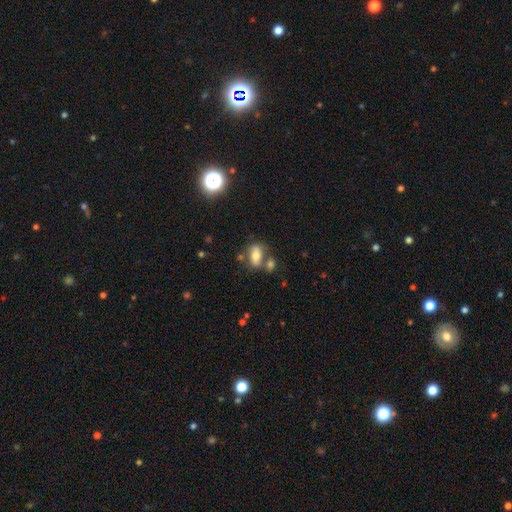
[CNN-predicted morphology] Smooth or featured? smooth (70%)
How rounded? in between (84%)
Merging? none (54%)